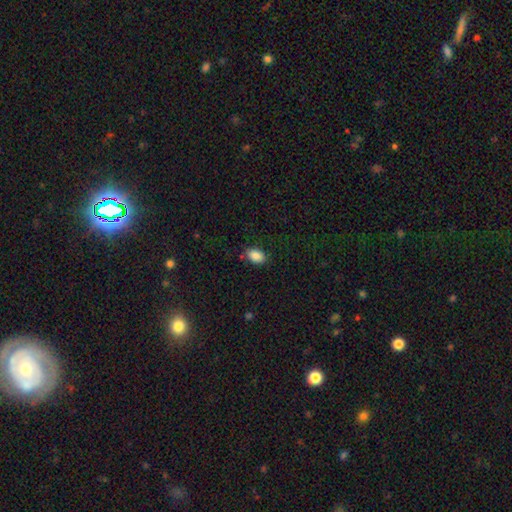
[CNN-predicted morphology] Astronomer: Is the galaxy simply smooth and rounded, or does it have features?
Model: smooth — 88%.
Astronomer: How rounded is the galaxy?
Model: in between — 88%.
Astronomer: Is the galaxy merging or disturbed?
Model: none — 84%.